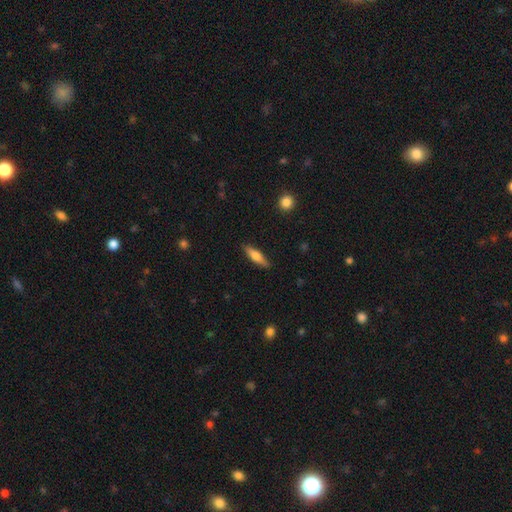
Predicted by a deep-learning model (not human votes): This is likely a smooth galaxy (64%). How rounded: likely cigar-shaped (67%). Merging: clearly none (87%).